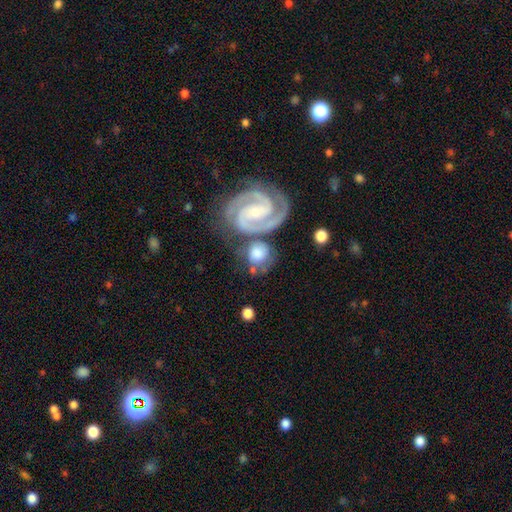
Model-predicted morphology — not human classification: Smooth or featured: featured or disk — 55% (smooth — 38%)
Edge-on disk: no — 97% (yes — 3%)
Bar: no — 45% (weak — 36%)
Spiral arms: yes — 93% (no — 7%)
Bulge size: small — 53% (moderate — 34%)
Merging: none — 54% (merger — 23%)